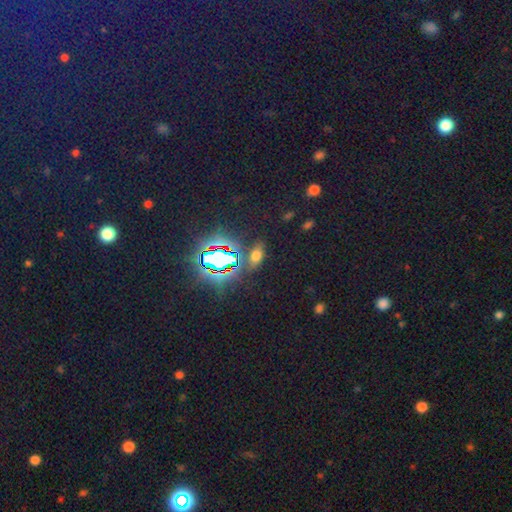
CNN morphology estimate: Smooth or featured? Predicted: smooth (p=0.48). Merging? Predicted: none (p=0.78).